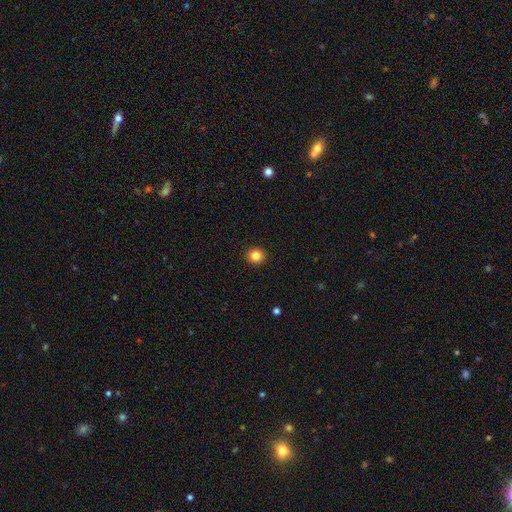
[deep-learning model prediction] smooth-or-featured: smooth: 84% | star or artifact: 11% | featured or disk: 5%
  how-rounded: round: 89% | in between: 10% | cigar-shaped: 1%
  merging: none: 93% | minor disturbance: 5% | major disturbance: 2% | merger: 1%